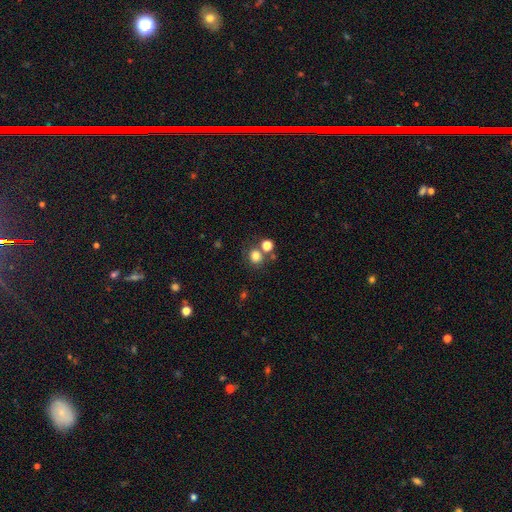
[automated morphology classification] Smooth or featured: smooth — 79% (star or artifact — 14%)
How rounded: round — 78% (in between — 21%)
Merging: none — 66% (merger — 20%)